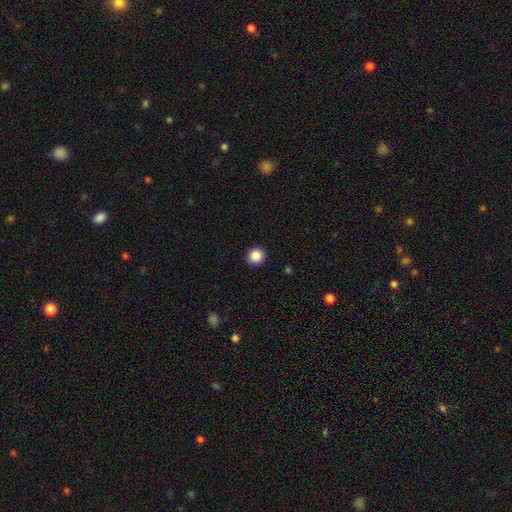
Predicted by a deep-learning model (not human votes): The model was most divided on "smooth or featured": smooth: 88%, star or artifact: 9%, featured or disk: 3%. More confident: how rounded — round (93%); merging — none (92%).